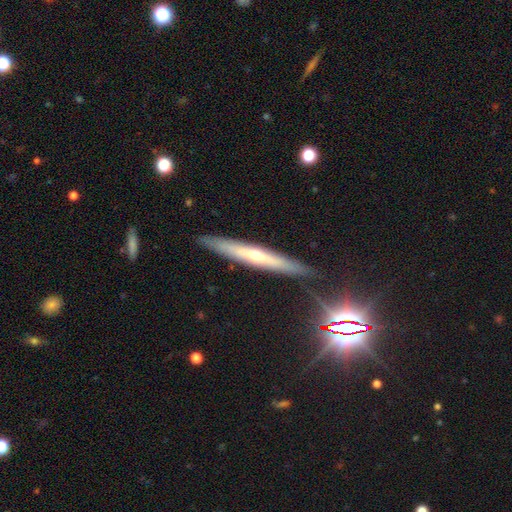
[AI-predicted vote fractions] Overall: featured or disk (60%; smooth 31%). Edge-on disk: yes (92%). Edge-on bulge: rounded (69%). Merging: none (89%).